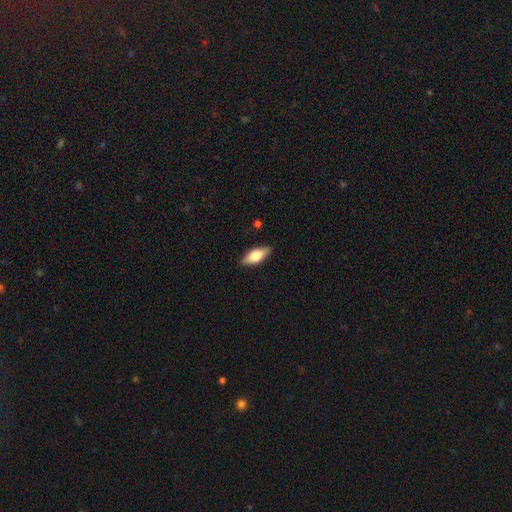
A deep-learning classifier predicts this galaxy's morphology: Smooth or featured?
  - smooth: 65% *
  - featured or disk: 29%
  - star or artifact: 6%
How rounded?
  - in between: 79% *
  - cigar-shaped: 18%
  - round: 3%
Merging?
  - none: 87% *
  - minor disturbance: 10%
  - major disturbance: 2%
  - merger: 1%